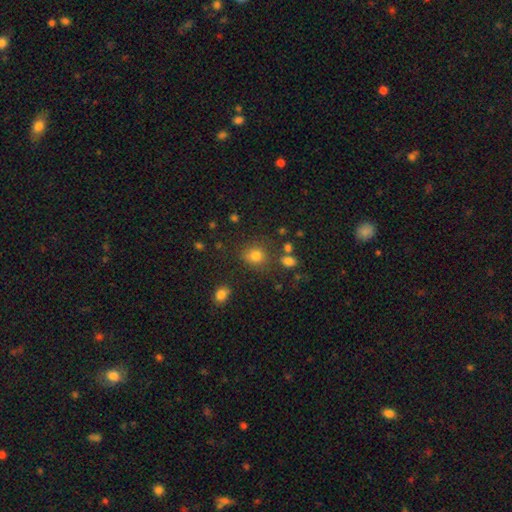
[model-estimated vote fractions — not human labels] Smooth or featured: smooth — 79% (star or artifact — 14%)
How rounded: round — 70% (in between — 29%)
Merging: none — 73% (minor disturbance — 14%)